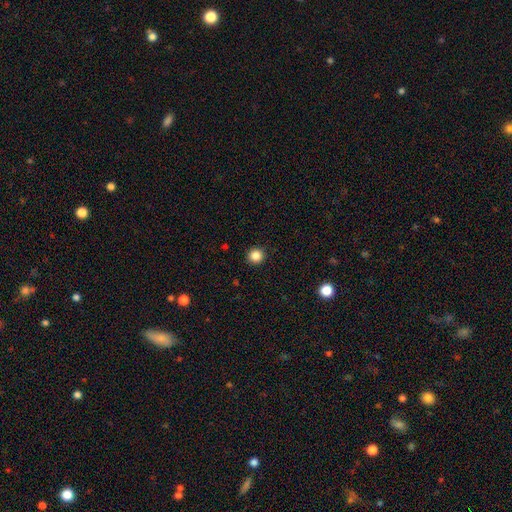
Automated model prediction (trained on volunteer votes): This appears to be a smooth galaxy with no disk features (85%) that is round (94%). Merging: none (93%).